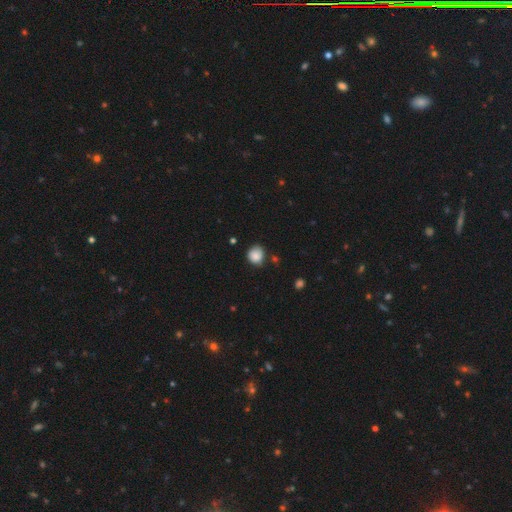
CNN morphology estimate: Overall: smooth (85%). How rounded: round (81%). Merging: none (69%).